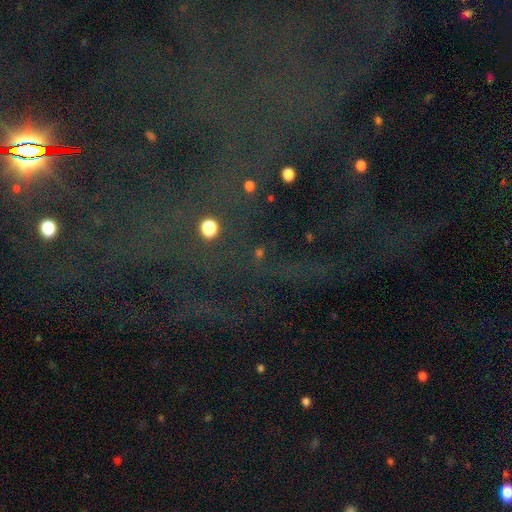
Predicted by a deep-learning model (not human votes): A star or artifact, not a galaxy (80%).

Vote fractions:
- Smooth or featured? star or artifact: 80% / featured or disk: 10% / smooth: 10%